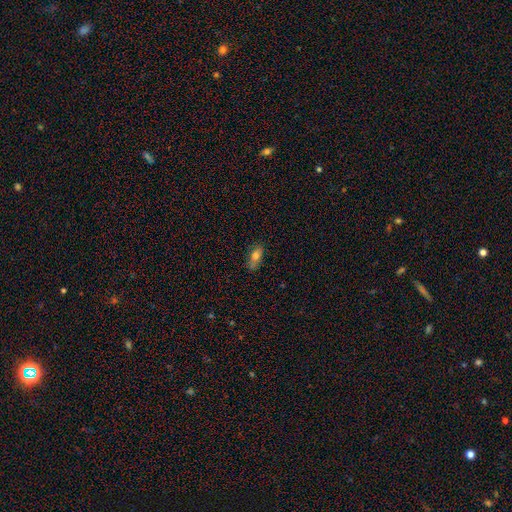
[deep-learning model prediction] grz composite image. It shows a smooth galaxy with no disk features (73%) that is in between round and cigar-shaped (74%). Merging: none (72%).